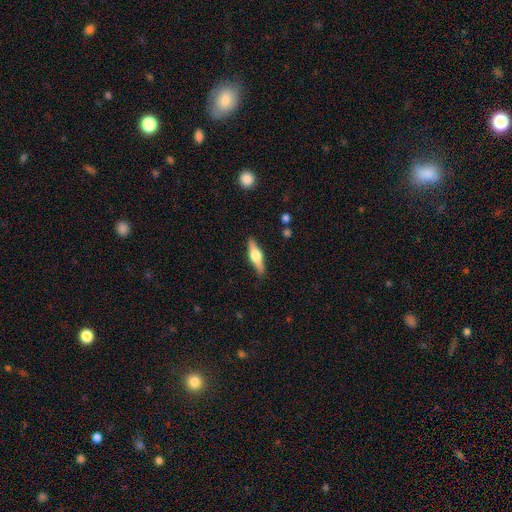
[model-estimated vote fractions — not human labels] Smooth or featured: featured or disk — 59% (smooth — 35%)
Edge-on disk: yes — 95% (no — 5%)
Edge-on bulge: rounded — 93% (boxy — 5%)
Merging: none — 88% (minor disturbance — 9%)